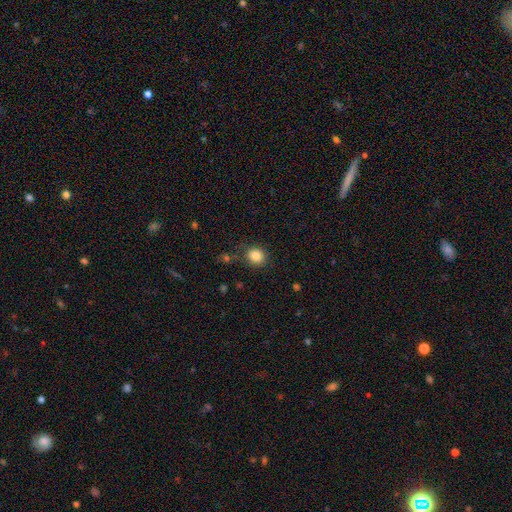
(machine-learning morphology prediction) Overall: smooth (84%). How rounded: round (80%). Merging: none (80%).